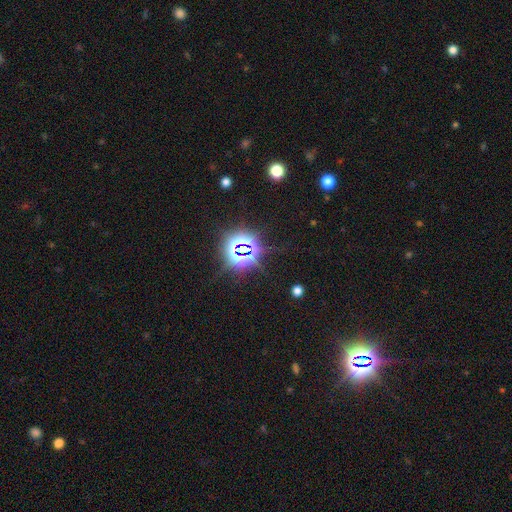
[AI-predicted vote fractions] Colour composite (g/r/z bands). It shows a star or artifact, not a galaxy (82%).